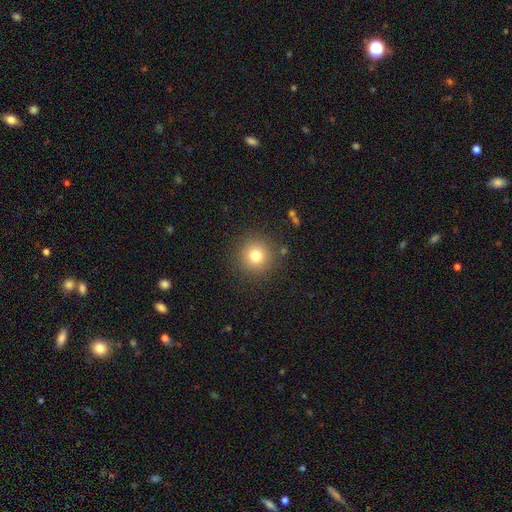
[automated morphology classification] This appears to be a smooth galaxy with no disk features (78%) that is round (95%). Merging: none (88%).